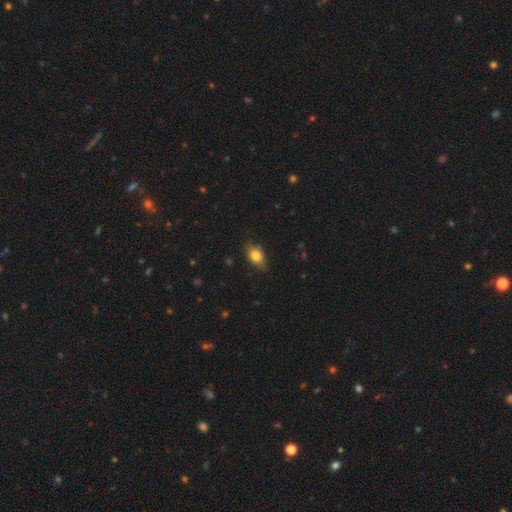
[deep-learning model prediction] smooth_or_featured: smooth (p=0.81) [alt: featured or disk p=0.11]
how_rounded: in between (p=0.83) [alt: round p=0.14]
merging: none (p=0.75) [alt: minor disturbance p=0.20]